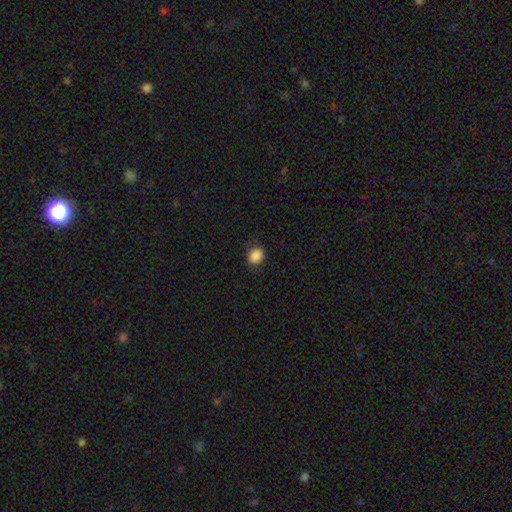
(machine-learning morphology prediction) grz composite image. It shows a smooth galaxy with no disk features (88%) that is round (56%). Merging: none (83%).